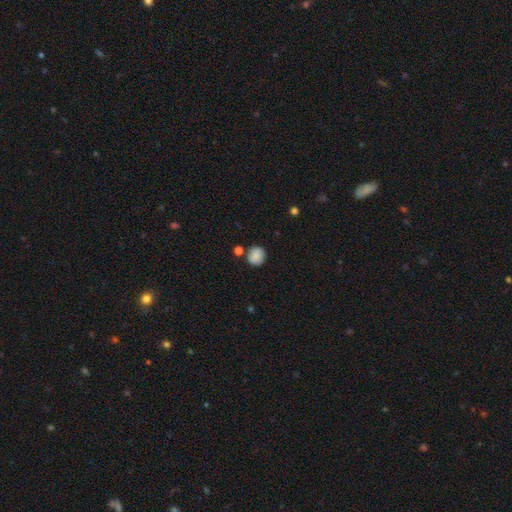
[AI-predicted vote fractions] This appears to be a smooth galaxy with no disk features (84%) that is round (83%). Merging: none (73%).